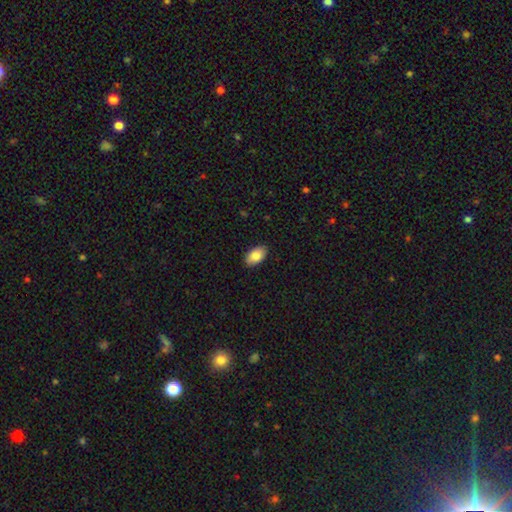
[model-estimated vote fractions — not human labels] smooth_or_featured: smooth (p=0.86) [alt: featured or disk p=0.08]
how_rounded: in between (p=0.94) [alt: round p=0.05]
merging: none (p=0.89) [alt: minor disturbance p=0.08]